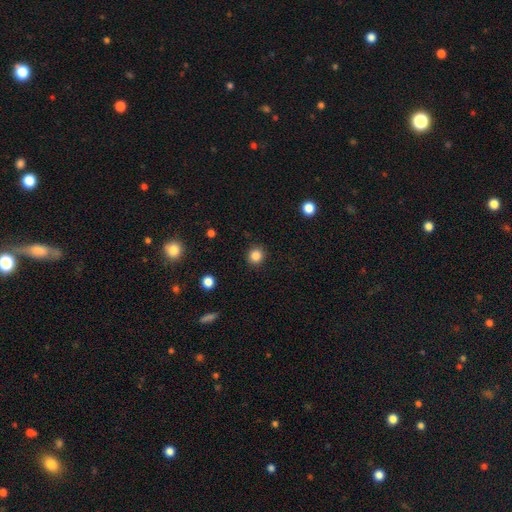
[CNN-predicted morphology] smooth_or_featured: smooth (p=0.86) [alt: star or artifact p=0.11]
how_rounded: round (p=0.89) [alt: in between p=0.10]
merging: none (p=0.91) [alt: minor disturbance p=0.06]